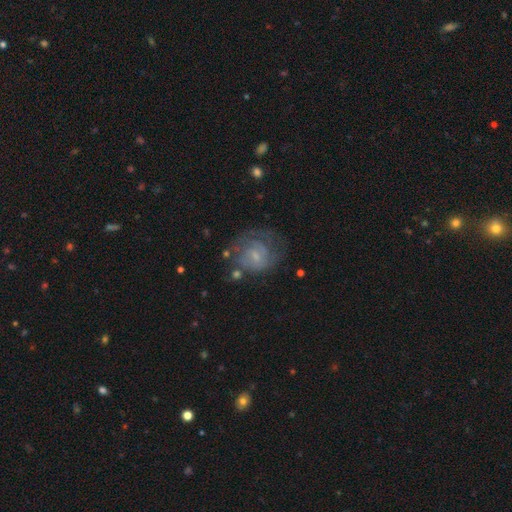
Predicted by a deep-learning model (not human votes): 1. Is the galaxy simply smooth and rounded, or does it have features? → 67% featured or disk, 24% smooth, 9% star or artifact.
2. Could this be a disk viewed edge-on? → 98% no, 2% yes.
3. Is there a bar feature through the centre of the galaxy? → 51% no, 42% weak, 6% strong.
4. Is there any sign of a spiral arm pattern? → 82% yes, 18% no.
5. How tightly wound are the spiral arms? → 52% tight, 35% medium, 13% loose.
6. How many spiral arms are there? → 39% can't tell, 35% 2, 10% 1, 9% 3, 3% 4, 3% more than 4.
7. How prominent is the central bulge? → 62% small, 22% moderate, 13% none, 2% large, 1% dominant.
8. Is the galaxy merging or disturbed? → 54% none, 21% minor disturbance, 20% major disturbance, 4% merger.